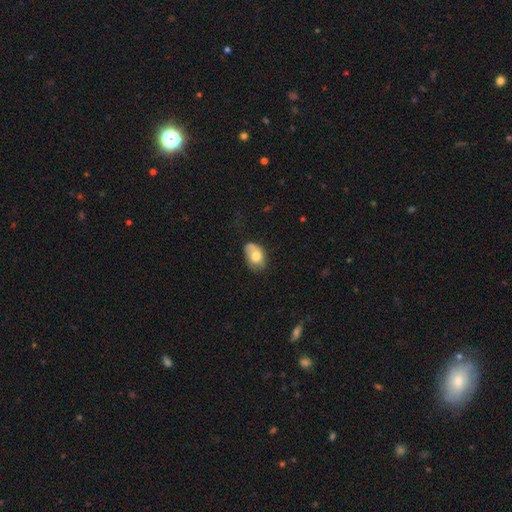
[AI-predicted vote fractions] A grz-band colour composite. It shows a smooth galaxy with no disk features (68%) that is in between round and cigar-shaped (85%). Merging: none (48%).